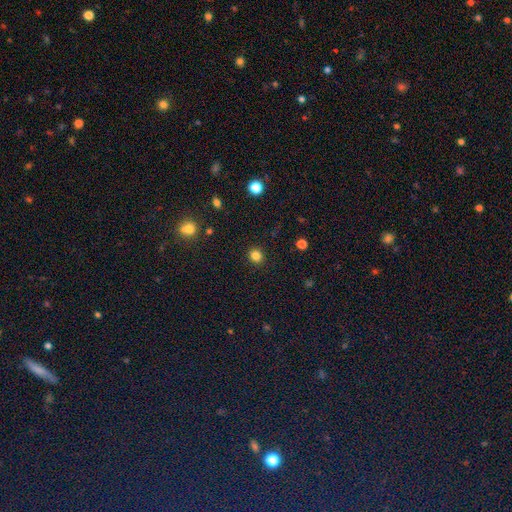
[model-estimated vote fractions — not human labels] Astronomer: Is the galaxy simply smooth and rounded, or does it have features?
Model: smooth — 83%.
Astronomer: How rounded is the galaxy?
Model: round — 86%.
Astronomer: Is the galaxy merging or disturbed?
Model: none — 91%.